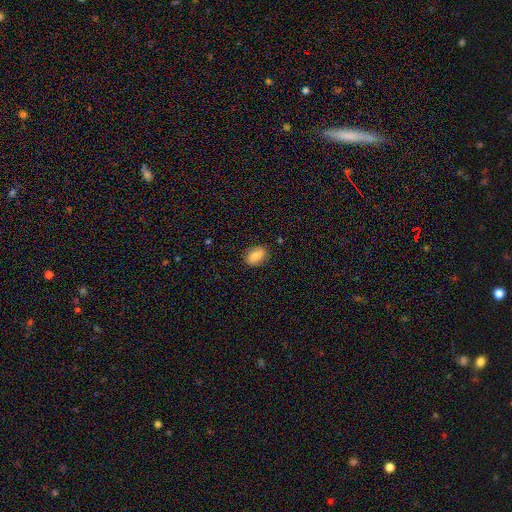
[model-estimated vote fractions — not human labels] Smooth or featured: smooth — 72% (featured or disk — 19%)
How rounded: in between — 85% (round — 12%)
Merging: none — 83% (minor disturbance — 13%)